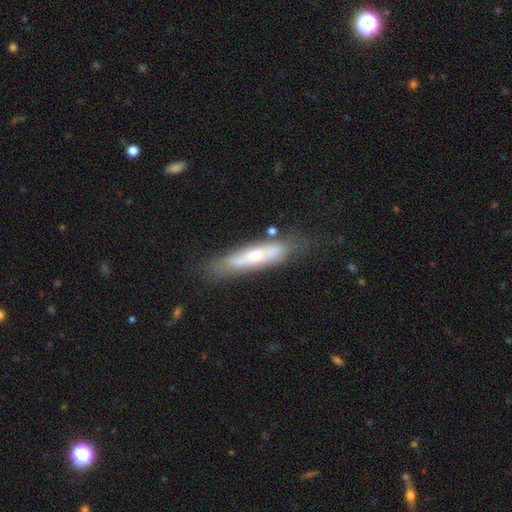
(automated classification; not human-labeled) A featured or disk galaxy (49%).

Vote fractions:
- Smooth or featured? featured or disk: 49% / smooth: 44% / star or artifact: 7%
- Merging? none: 69% / minor disturbance: 19% / major disturbance: 7% / merger: 5%